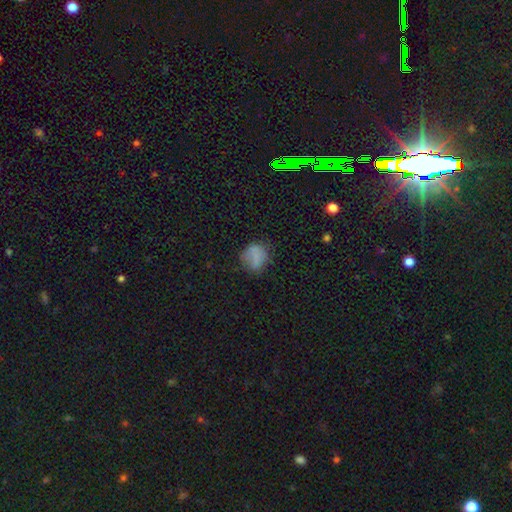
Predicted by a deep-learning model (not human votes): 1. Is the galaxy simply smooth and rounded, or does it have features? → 74% smooth, 14% star or artifact, 12% featured or disk.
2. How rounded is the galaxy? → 69% round, 29% in between, 1% cigar-shaped.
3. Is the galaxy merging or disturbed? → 58% none, 26% minor disturbance, 13% major disturbance, 3% merger.